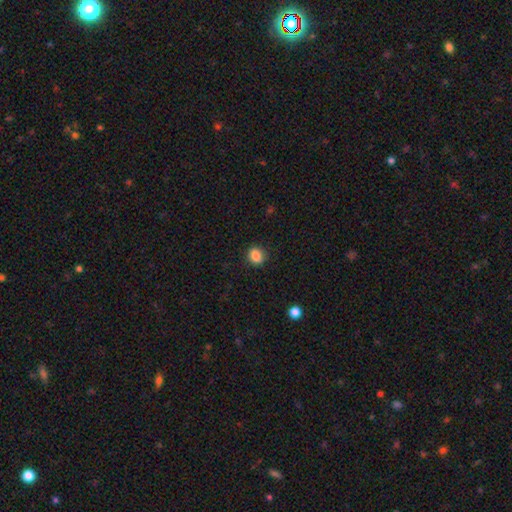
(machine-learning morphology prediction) Smooth or featured: smooth — 86% (star or artifact — 10%)
How rounded: round — 57% (in between — 42%)
Merging: none — 87% (minor disturbance — 9%)